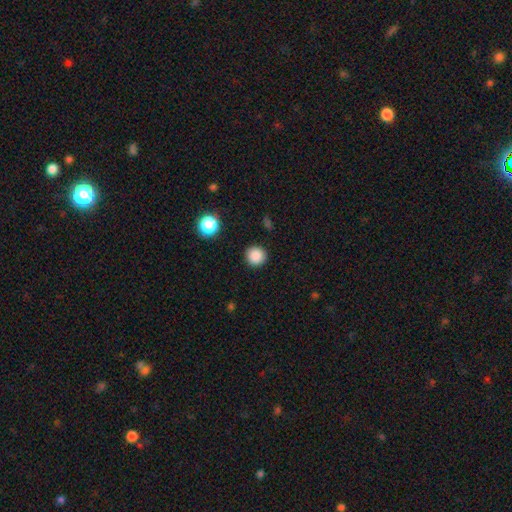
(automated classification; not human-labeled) This appears to be a smooth galaxy with no disk features (86%) that is round (95%). Merging: none (91%).